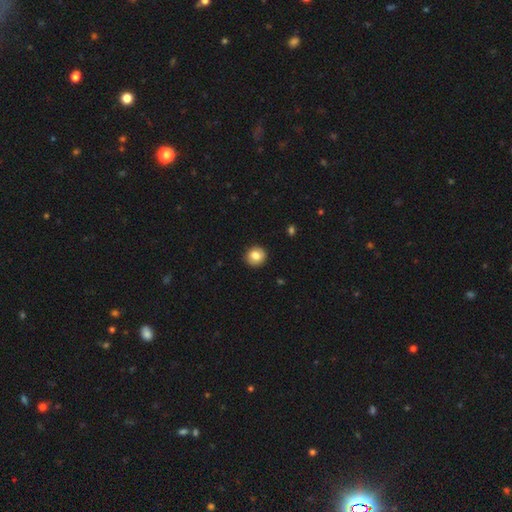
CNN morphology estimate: This is clearly a smooth galaxy (82%). How rounded: clearly round (90%). Merging: clearly none (91%).